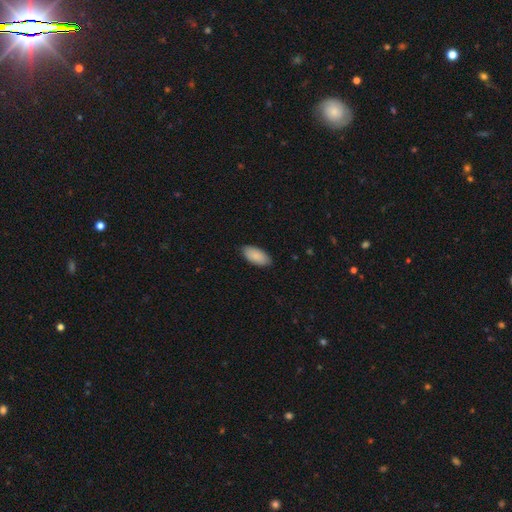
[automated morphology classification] smooth_or_featured: smooth (p=0.88) [alt: featured or disk p=0.07]
how_rounded: in between (p=0.93) [alt: cigar-shaped p=0.05]
merging: none (p=0.86) [alt: minor disturbance p=0.12]